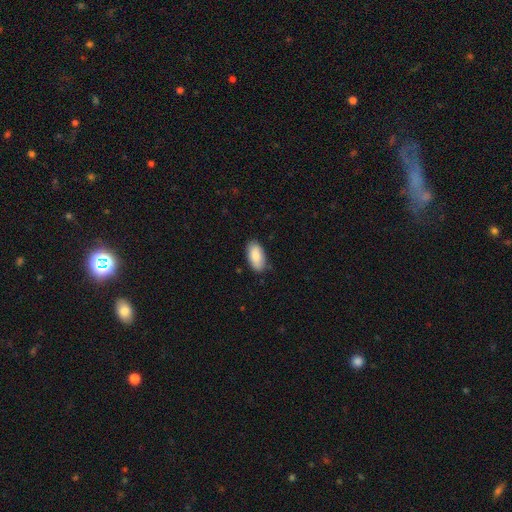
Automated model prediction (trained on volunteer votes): A smooth galaxy with no disk features (85%) that is in between round and cigar-shaped (94%). Merging: none (83%).